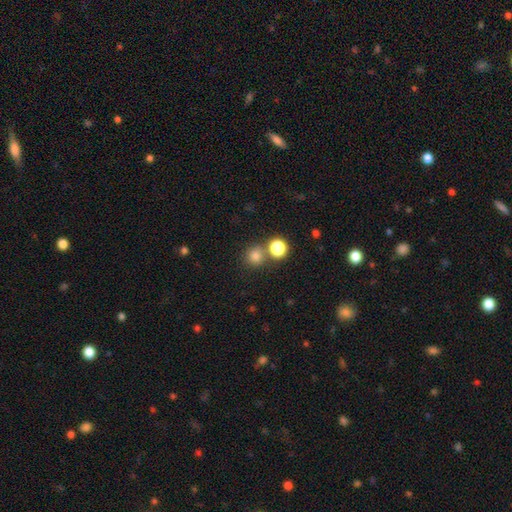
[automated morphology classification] smooth 78%, star or artifact 16%, featured or disk 6%. Down the decision tree: how rounded — round (91%); merging — none (69%).